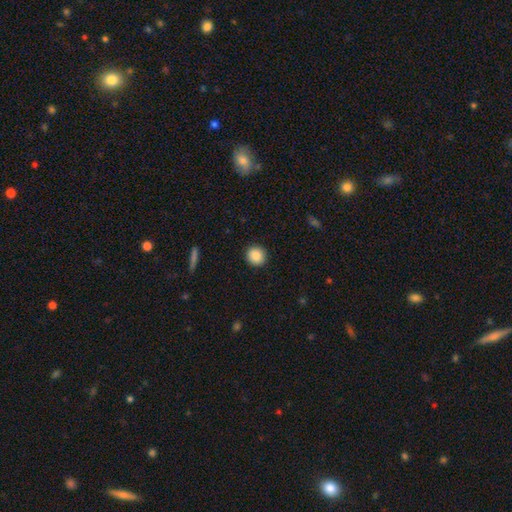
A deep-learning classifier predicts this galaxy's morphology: Q: Smooth or featured?
A: smooth (88%); runner-up: star or artifact (8%)
Q: How rounded?
A: round (90%); runner-up: in between (9%)
Q: Merging?
A: none (92%); runner-up: minor disturbance (5%)